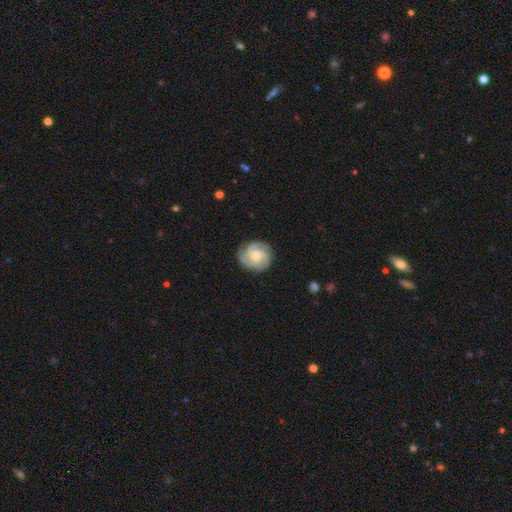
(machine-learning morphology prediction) smooth_or_featured: featured or disk (p=0.78) [alt: smooth p=0.17]
disk_edge_on: no (p=0.98) [alt: yes p=0.02]
bar: no (p=0.71) [alt: weak p=0.25]
has_spiral_arms: yes (p=0.97) [alt: no p=0.03]
spiral_winding: tight (p=0.59) [alt: medium p=0.34]
spiral_arm_count: 3 (p=0.56) [alt: 2 p=0.13]
bulge_size: moderate (p=0.50) [alt: small p=0.43]
merging: none (p=0.78) [alt: minor disturbance p=0.16]